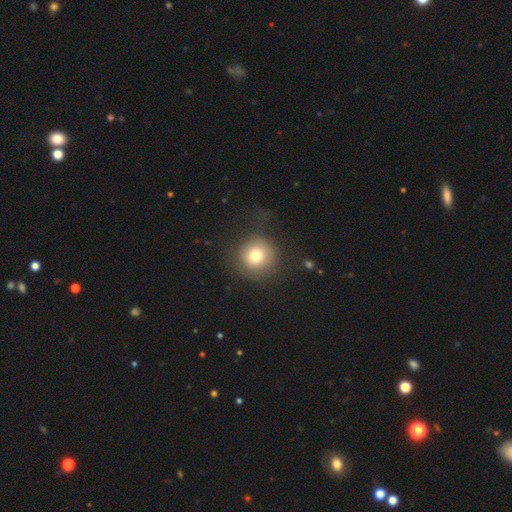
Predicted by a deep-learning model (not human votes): A smooth galaxy with no disk features (74%) that is round (93%). Merging: none (66%).